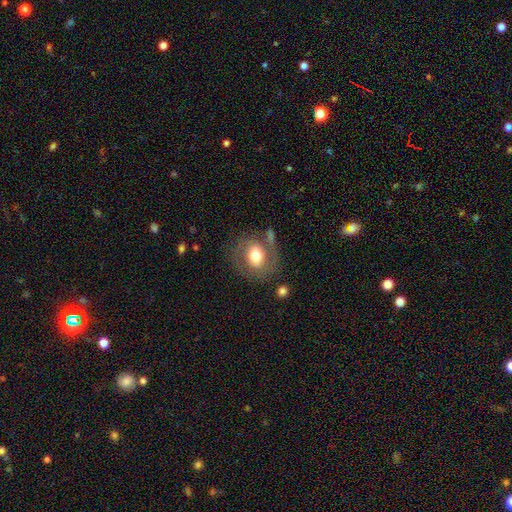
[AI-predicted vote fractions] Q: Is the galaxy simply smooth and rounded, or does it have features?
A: smooth — 53%.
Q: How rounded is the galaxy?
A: round — 56%.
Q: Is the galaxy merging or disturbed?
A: none — 66%.